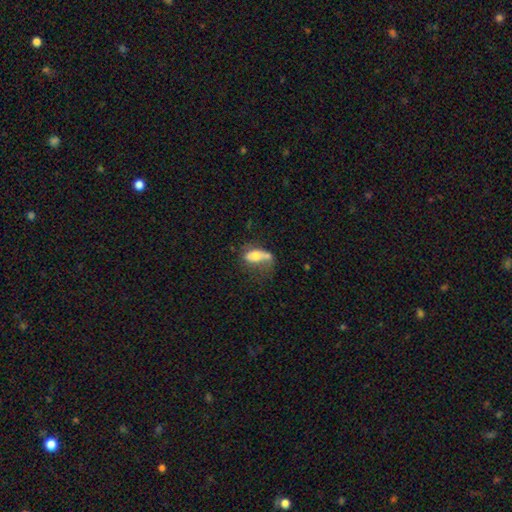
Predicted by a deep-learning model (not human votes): Smooth or featured? smooth (59%)
How rounded? in between (80%)
Merging? major disturbance (29%)